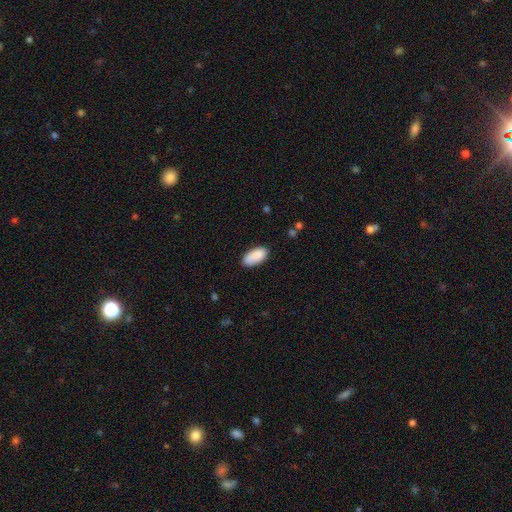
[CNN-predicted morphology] A smooth galaxy with no disk features (89%) that is in between round and cigar-shaped (93%). Merging: none (80%).